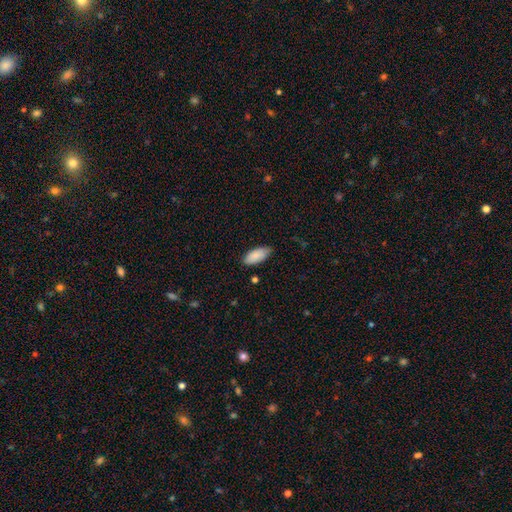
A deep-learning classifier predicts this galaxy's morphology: smooth_or_featured: smooth (p=0.88) [alt: star or artifact p=0.06]
how_rounded: in between (p=0.88) [alt: cigar-shaped p=0.10]
merging: none (p=0.78) [alt: minor disturbance p=0.18]